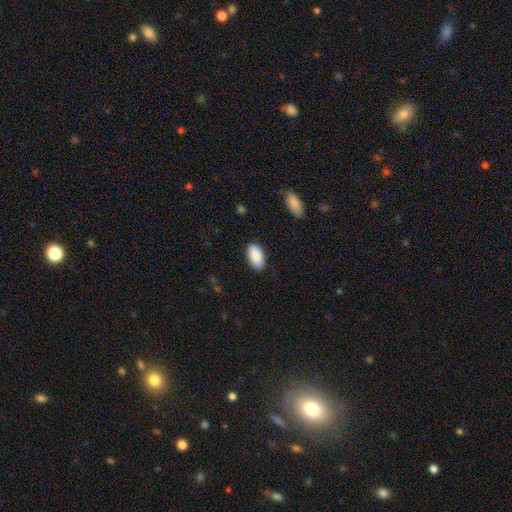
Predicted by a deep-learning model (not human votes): Smooth or featured? Predicted: smooth (p=0.89). How rounded? Predicted: in between (p=0.95). Merging? Predicted: none (p=0.86).